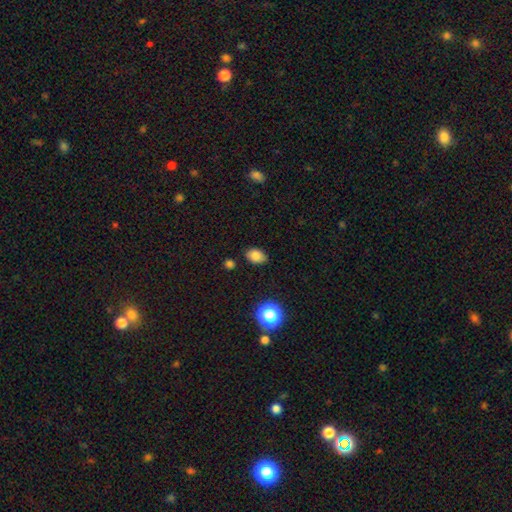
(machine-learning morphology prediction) Smooth or featured?
  - smooth: 82% *
  - star or artifact: 12%
  - featured or disk: 7%
How rounded?
  - in between: 79% *
  - round: 20%
  - cigar-shaped: 1%
Merging?
  - none: 82% *
  - minor disturbance: 13%
  - major disturbance: 3%
  - merger: 2%